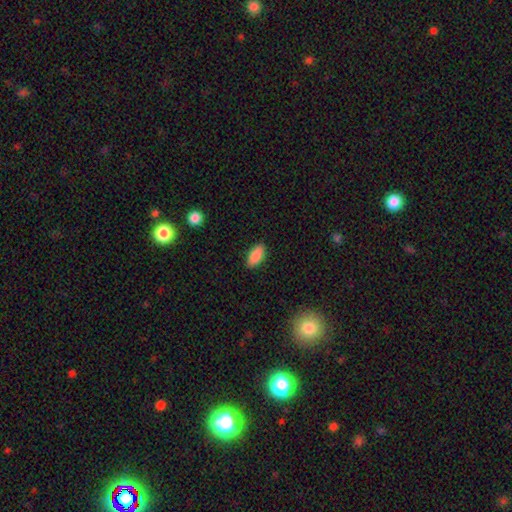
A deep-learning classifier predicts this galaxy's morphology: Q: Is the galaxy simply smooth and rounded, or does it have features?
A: smooth — 88%.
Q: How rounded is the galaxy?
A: in between — 90%.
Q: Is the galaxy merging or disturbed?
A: none — 88%.